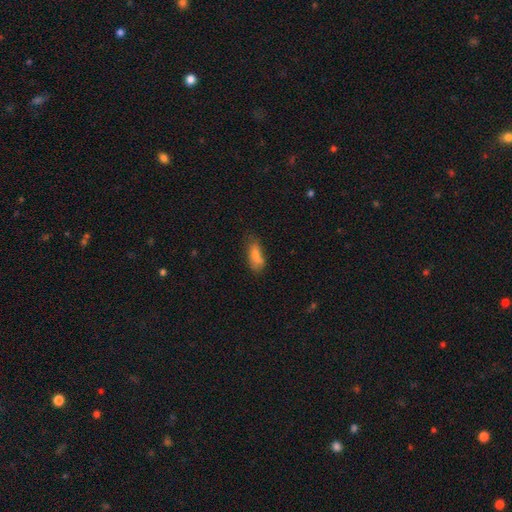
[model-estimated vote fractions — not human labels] This appears to be a smooth galaxy with no disk features (78%) that is in between round and cigar-shaped (76%). Merging: none (51%).